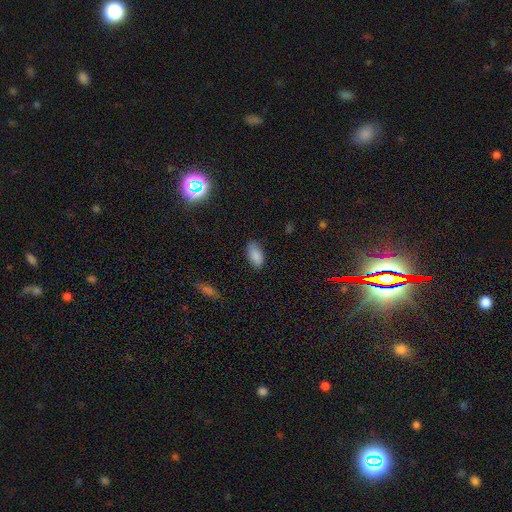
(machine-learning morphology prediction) Smooth or featured? Predicted: smooth (p=0.87). How rounded? Predicted: in between (p=0.93). Merging? Predicted: none (p=0.80).